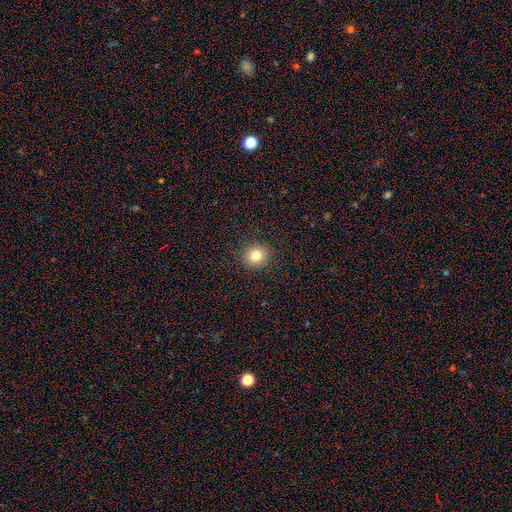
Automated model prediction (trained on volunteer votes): Overall: smooth (80%). How rounded: round (90%). Merging: none (91%).